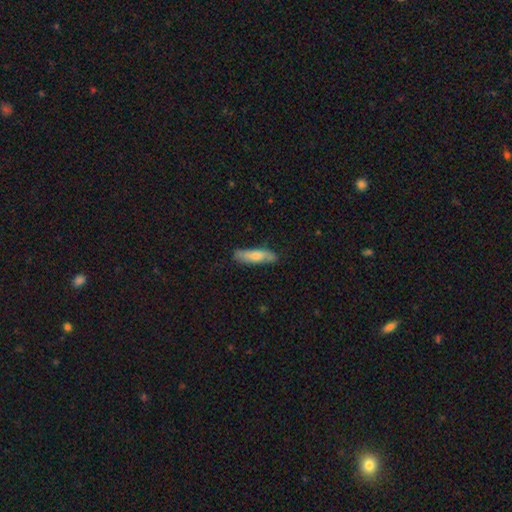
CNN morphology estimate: Q: Smooth or featured?
A: smooth (69%); runner-up: featured or disk (25%)
Q: How rounded?
A: cigar-shaped (66%); runner-up: in between (33%)
Q: Merging?
A: none (79%); runner-up: minor disturbance (17%)